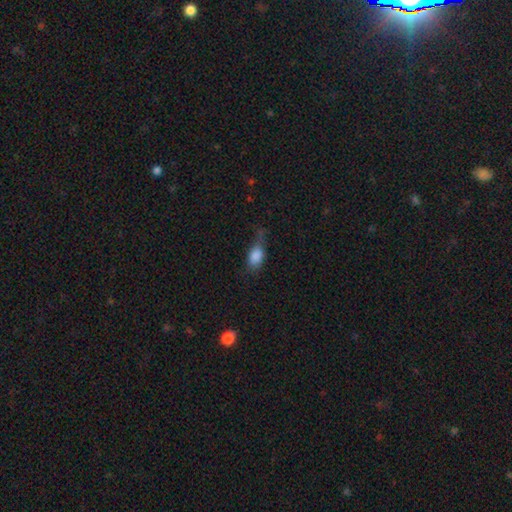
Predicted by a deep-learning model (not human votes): Smooth or featured? Predicted: smooth (p=0.82). How rounded? Predicted: in between (p=0.83). Merging? Predicted: minor disturbance (p=0.37).